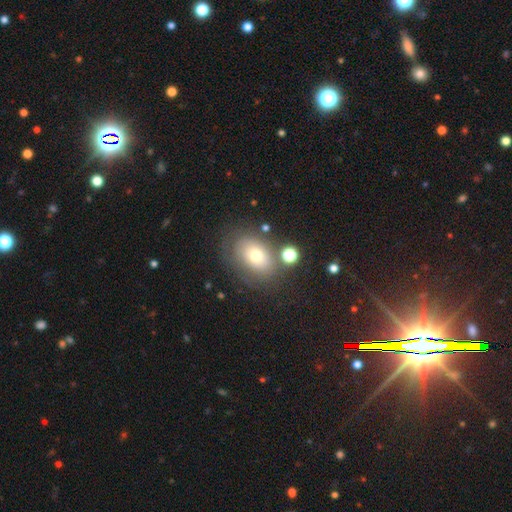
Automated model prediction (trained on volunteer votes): This appears to be a smooth galaxy with no disk features (62%) that is in between round and cigar-shaped (70%). Merging: none (66%).